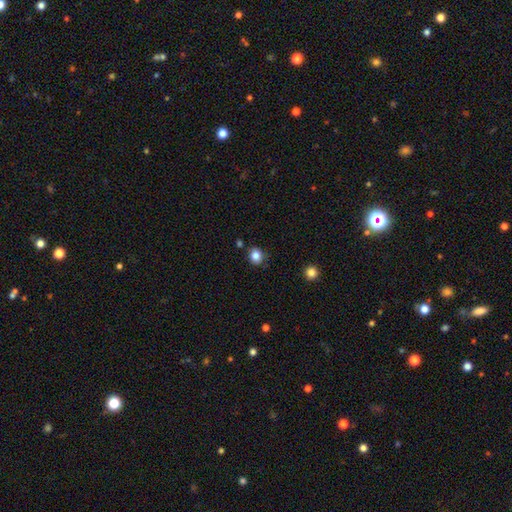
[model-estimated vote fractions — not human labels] A smooth galaxy with no disk features (85%) that is round (72%).

Vote fractions:
- Smooth or featured? smooth: 85% / star or artifact: 11% / featured or disk: 4%
- How rounded? round: 72% / in between: 27% / cigar-shaped: 1%
- Merging? none: 80% / minor disturbance: 13% / merger: 3% / major disturbance: 3%